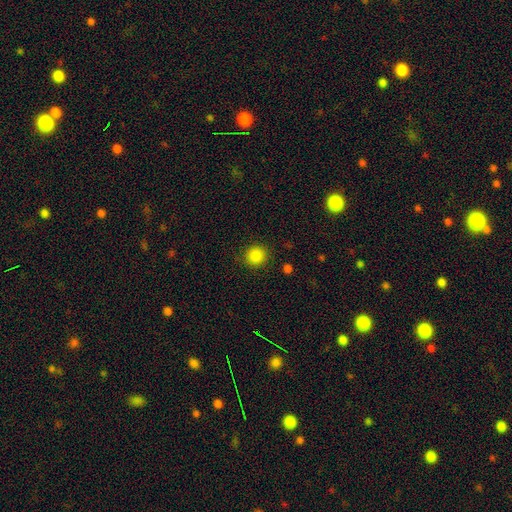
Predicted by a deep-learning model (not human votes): Smooth or featured? smooth (87%)
How rounded? round (91%)
Merging? none (89%)